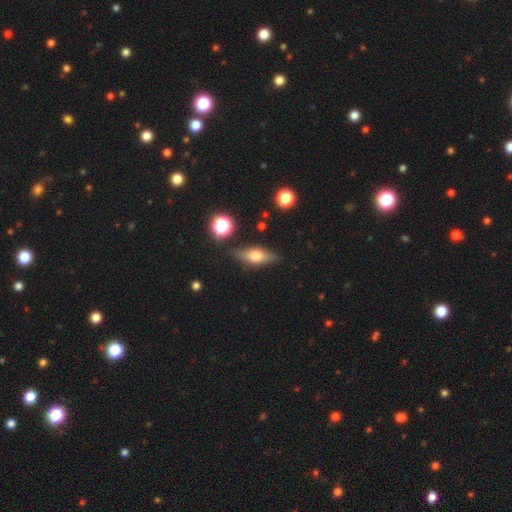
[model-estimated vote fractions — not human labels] Q: Smooth or featured?
A: smooth (57%); runner-up: featured or disk (34%)
Q: How rounded?
A: in between (66%); runner-up: cigar-shaped (28%)
Q: Merging?
A: none (83%); runner-up: minor disturbance (12%)